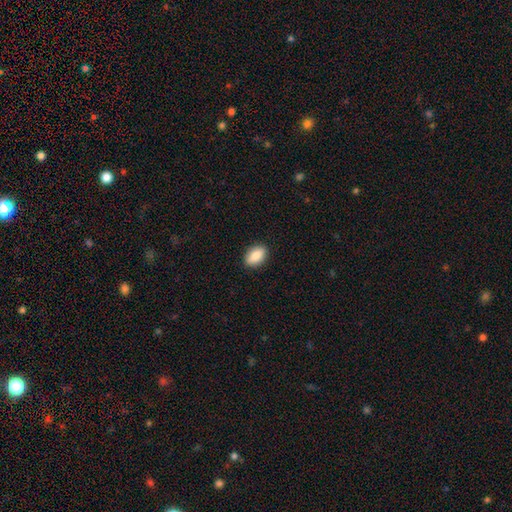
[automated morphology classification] The model was most divided on "smooth or featured": smooth: 88%, star or artifact: 7%, featured or disk: 6%. More confident: how rounded — in between (91%); merging — none (90%).